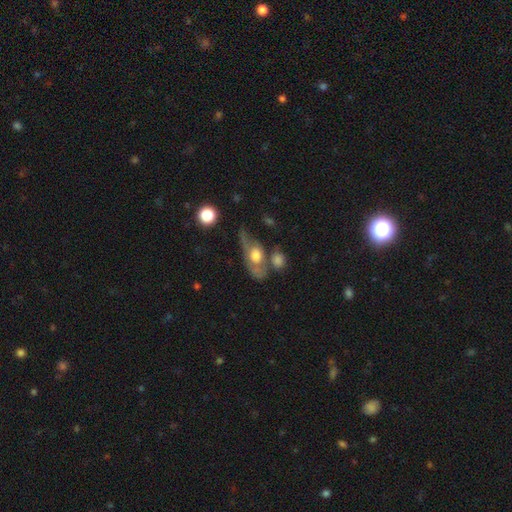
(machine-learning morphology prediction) Overall: smooth (46%, tied with featured or disk). Merging: none (35%; merger 25%).